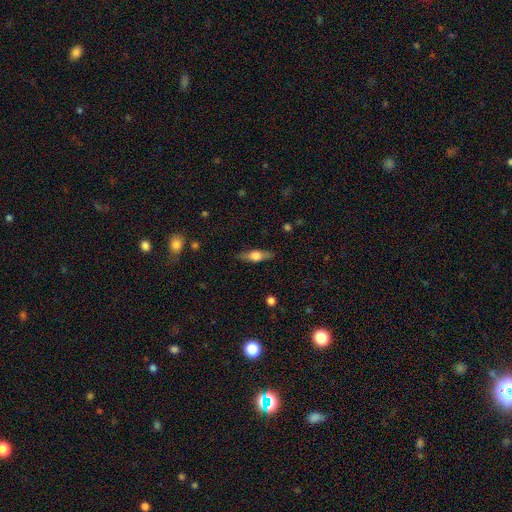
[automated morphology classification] Smooth or featured: smooth — 51% (featured or disk — 42%)
How rounded: in between — 51% (cigar-shaped — 45%)
Merging: none — 84% (minor disturbance — 12%)